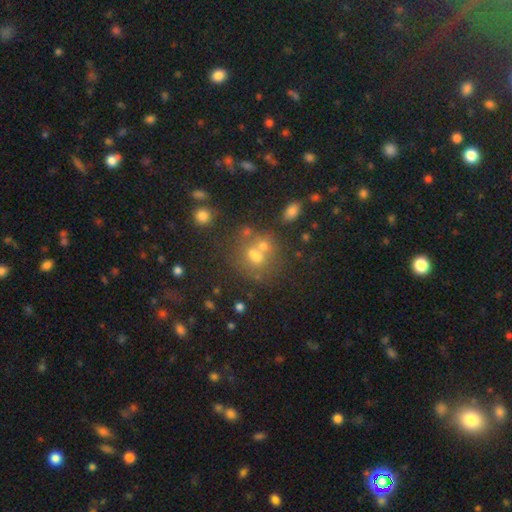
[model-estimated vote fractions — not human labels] This appears to be a smooth galaxy with no disk features (56%) that is round (62%). Merging: merger (43%).